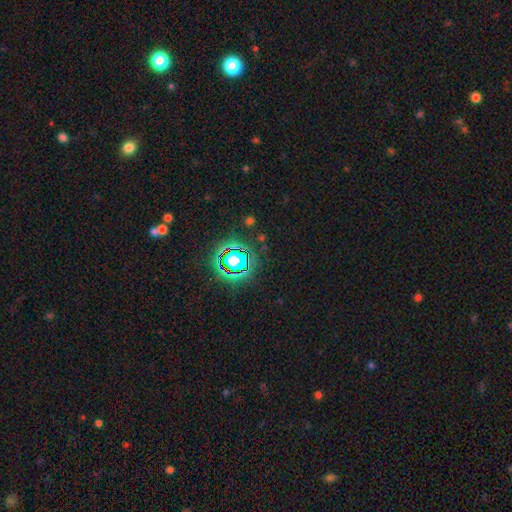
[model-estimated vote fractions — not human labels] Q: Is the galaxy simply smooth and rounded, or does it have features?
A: star or artifact — 79%.